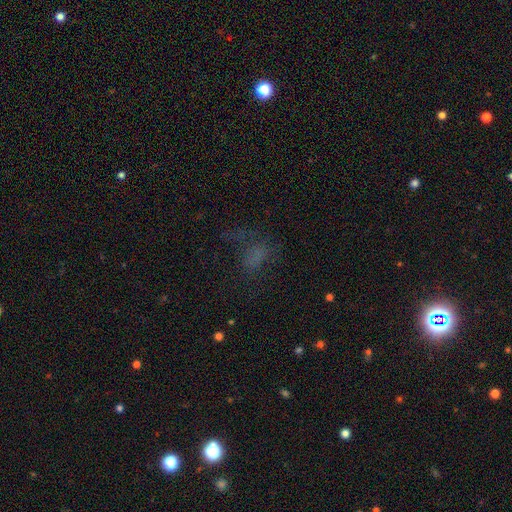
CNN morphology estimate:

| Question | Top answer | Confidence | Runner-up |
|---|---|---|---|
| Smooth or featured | smooth | 47% | star or artifact (31%) |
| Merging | none | 41% | major disturbance (38%) |